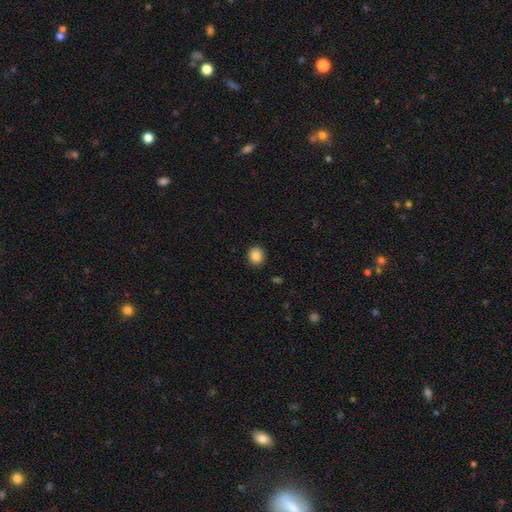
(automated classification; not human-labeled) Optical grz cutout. It shows a smooth galaxy with no disk features (85%) that is round (83%). Merging: none (91%).